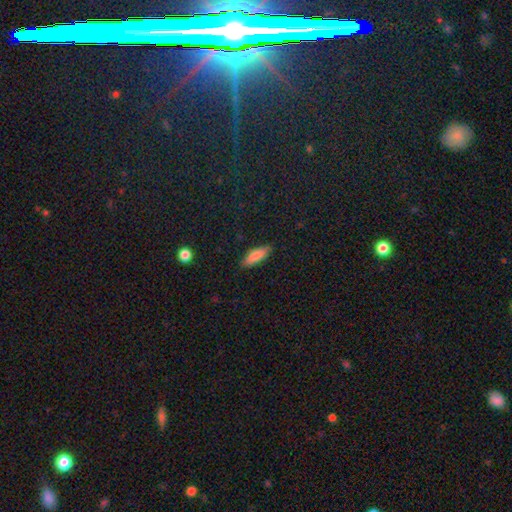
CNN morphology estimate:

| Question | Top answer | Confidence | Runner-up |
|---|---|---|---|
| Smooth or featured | smooth | 83% | featured or disk (10%) |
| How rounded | in between | 60% | cigar-shaped (38%) |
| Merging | none | 86% | minor disturbance (10%) |